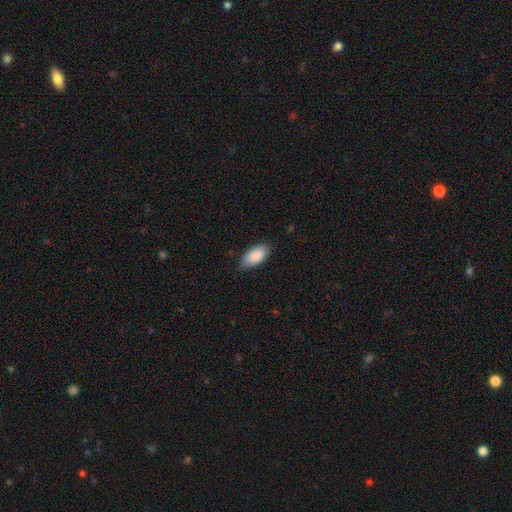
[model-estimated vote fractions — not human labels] A smooth galaxy with no disk features (88%) that is in between round and cigar-shaped (93%).

Vote fractions:
- Smooth or featured? smooth: 88% / featured or disk: 6% / star or artifact: 6%
- How rounded? in between: 93% / cigar-shaped: 5% / round: 2%
- Merging? none: 78% / minor disturbance: 19% / major disturbance: 3% / merger: 1%